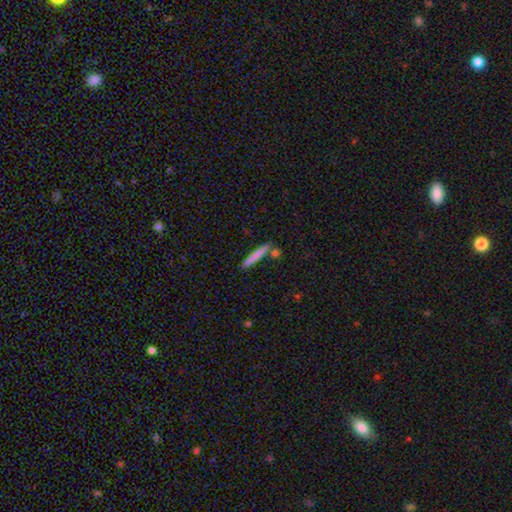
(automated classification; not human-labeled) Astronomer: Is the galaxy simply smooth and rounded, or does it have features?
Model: smooth — 76%.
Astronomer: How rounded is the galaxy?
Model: cigar-shaped — 94%.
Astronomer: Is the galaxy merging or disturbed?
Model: none — 79%.